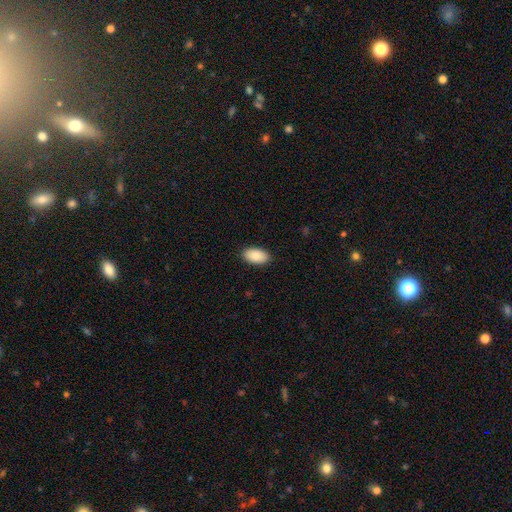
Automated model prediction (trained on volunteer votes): Smooth or featured? Predicted: smooth (p=0.90). How rounded? Predicted: in between (p=0.95). Merging? Predicted: none (p=0.89).